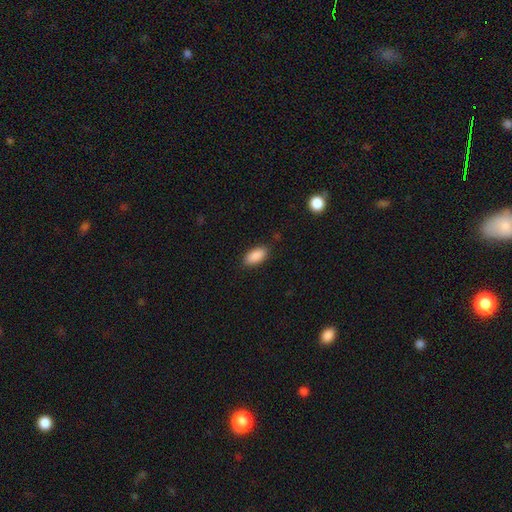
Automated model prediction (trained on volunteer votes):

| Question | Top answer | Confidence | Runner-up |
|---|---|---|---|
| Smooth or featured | smooth | 90% | star or artifact (6%) |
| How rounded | in between | 91% | cigar-shaped (6%) |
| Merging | none | 85% | minor disturbance (11%) |